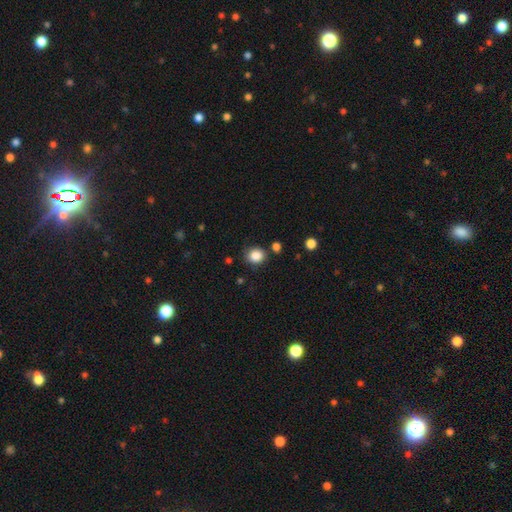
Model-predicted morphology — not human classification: Smooth or featured?
  - smooth: 86% *
  - star or artifact: 10%
  - featured or disk: 4%
How rounded?
  - round: 79% *
  - in between: 20%
  - cigar-shaped: 1%
Merging?
  - none: 78% *
  - minor disturbance: 13%
  - merger: 4%
  - major disturbance: 4%